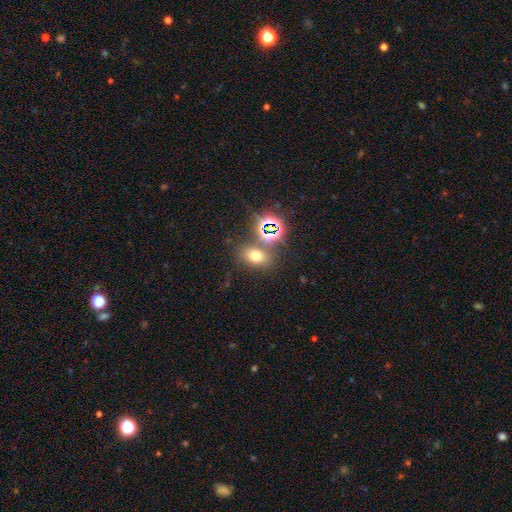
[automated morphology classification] A smooth galaxy with no disk features (60%) that is in between round and cigar-shaped (69%). Merging: none (69%).